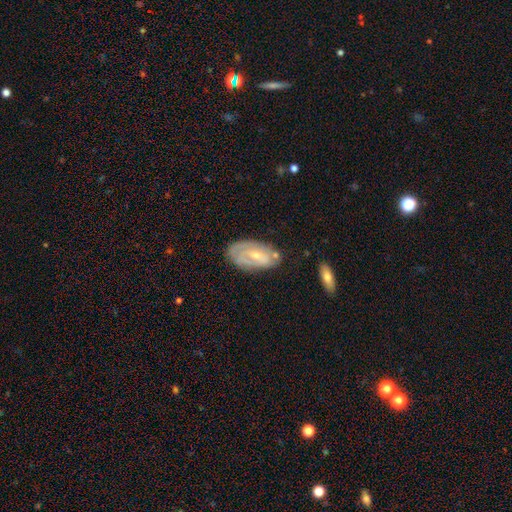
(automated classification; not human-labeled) Q: Smooth or featured?
A: featured or disk (62%); runner-up: smooth (31%)
Q: Edge-on disk?
A: no (92%); runner-up: yes (8%)
Q: Bar?
A: no (53%); runner-up: weak (37%)
Q: Spiral arms?
A: yes (65%); runner-up: no (35%)
Q: Bulge size?
A: small (59%); runner-up: moderate (37%)
Q: Merging?
A: none (60%); runner-up: minor disturbance (26%)